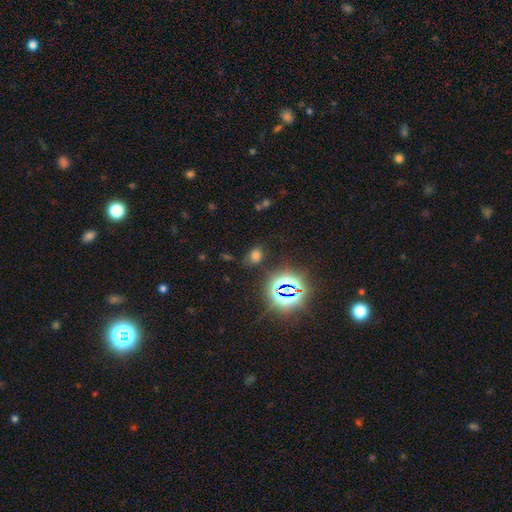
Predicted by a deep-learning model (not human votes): Overall: smooth (57%; star or artifact 36%). How rounded: in between (64%; round 34%). Merging: none (74%).